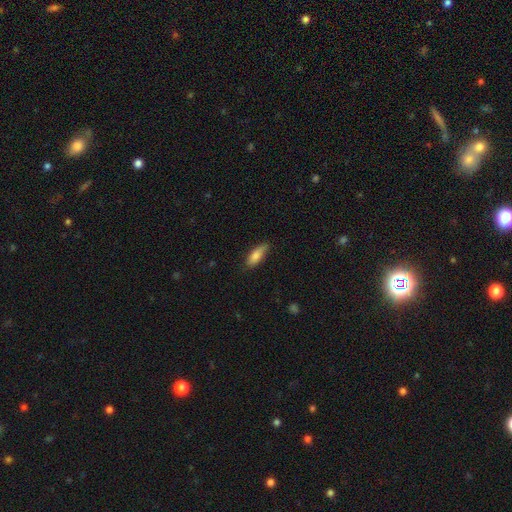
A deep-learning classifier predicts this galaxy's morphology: Overall: smooth (82%). How rounded: in between (66%; cigar-shaped 32%). Merging: none (74%).